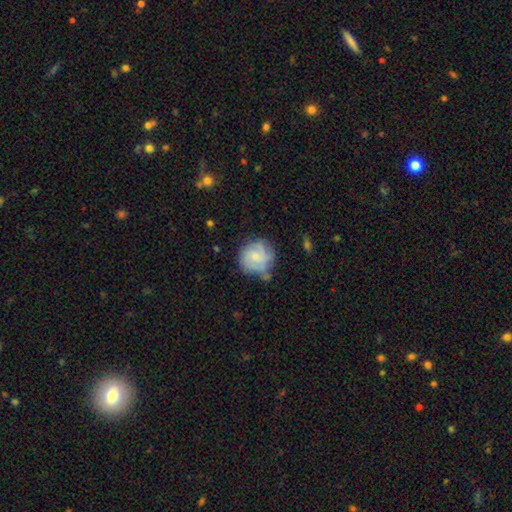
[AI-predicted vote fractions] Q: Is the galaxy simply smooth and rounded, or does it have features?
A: featured or disk — 54%.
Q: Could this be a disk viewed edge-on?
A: no — 98%.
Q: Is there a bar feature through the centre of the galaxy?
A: no — 68%.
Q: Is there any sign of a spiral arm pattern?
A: yes — 84%.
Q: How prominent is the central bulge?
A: small — 61%.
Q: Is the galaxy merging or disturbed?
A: none — 56%.